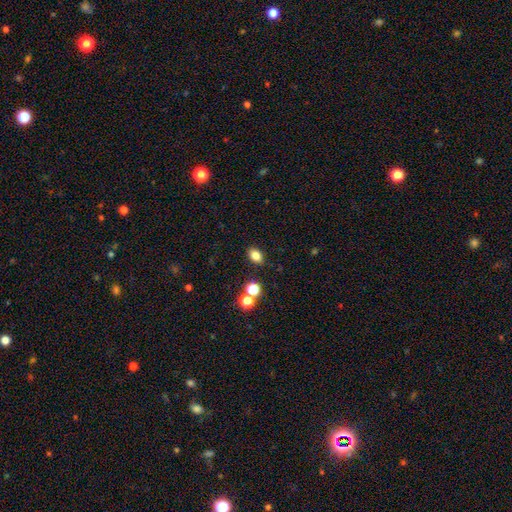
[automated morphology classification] Q: Smooth or featured?
A: smooth (80%); runner-up: star or artifact (13%)
Q: How rounded?
A: in between (76%); runner-up: round (23%)
Q: Merging?
A: none (84%); runner-up: minor disturbance (9%)